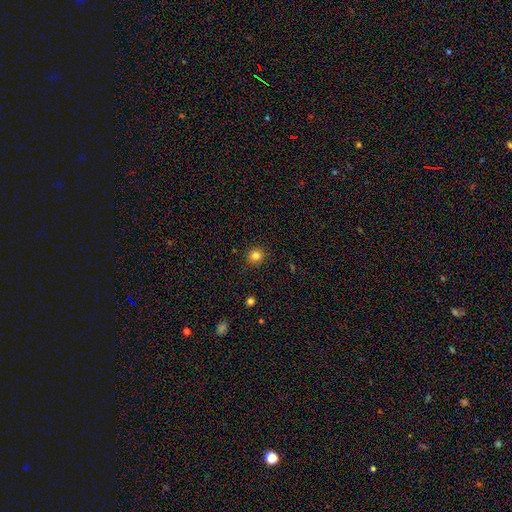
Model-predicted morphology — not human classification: smooth 83%, star or artifact 12%, featured or disk 5%. Down the decision tree: how rounded — round (90%); merging — none (91%).